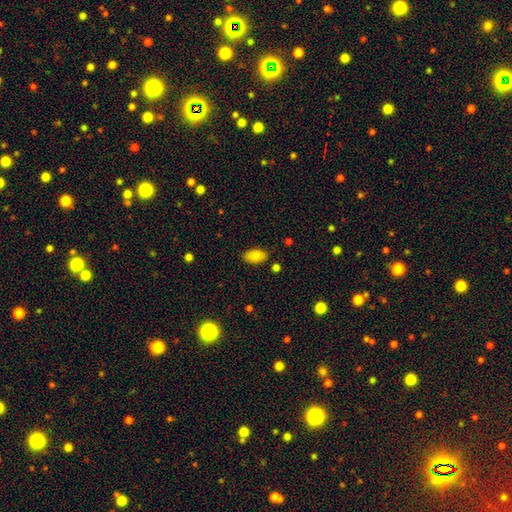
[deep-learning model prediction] Overall: smooth (82%). How rounded: in between (92%). Merging: none (84%).